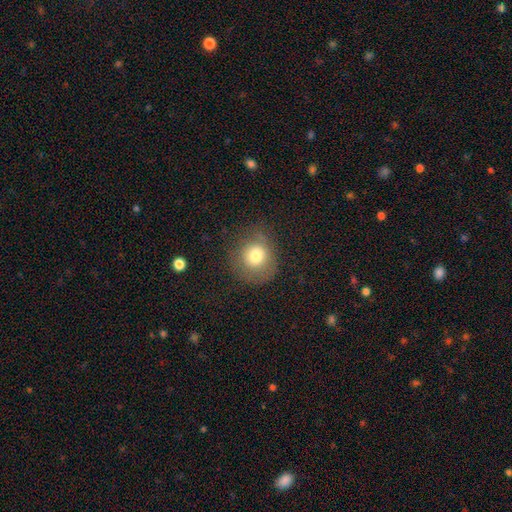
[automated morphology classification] Smooth or featured? Predicted: smooth (p=0.76). How rounded? Predicted: round (p=0.81). Merging? Predicted: none (p=0.68).